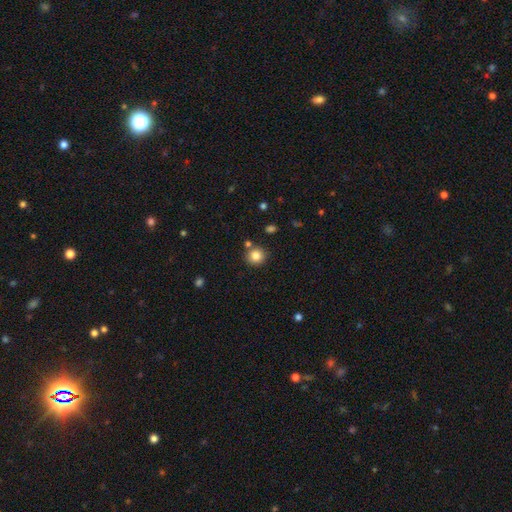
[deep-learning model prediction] A smooth galaxy with no disk features (83%) that is round (90%). Merging: none (81%).